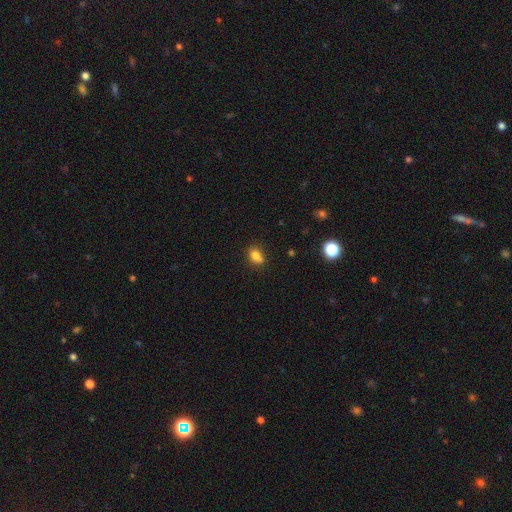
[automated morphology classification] The model was most divided on "how rounded": in between: 68%, round: 29%, cigar-shaped: 3%. More confident: smooth or featured — smooth (79%); merging — none (63%).